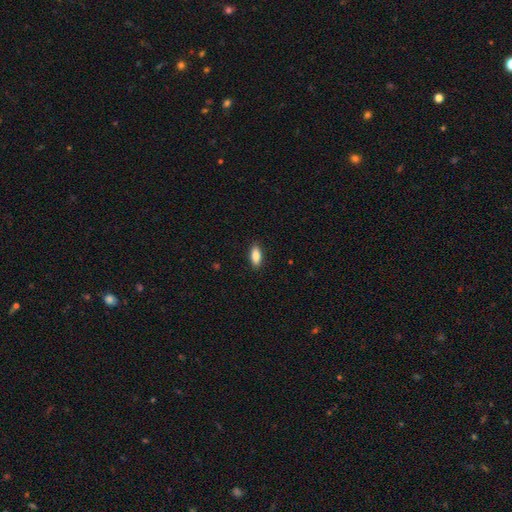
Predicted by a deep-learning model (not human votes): Q: Smooth or featured?
A: smooth (86%); runner-up: featured or disk (8%)
Q: How rounded?
A: in between (82%); runner-up: cigar-shaped (15%)
Q: Merging?
A: none (89%); runner-up: minor disturbance (8%)